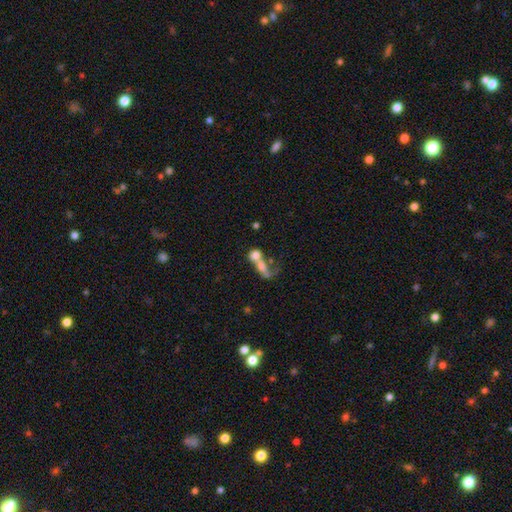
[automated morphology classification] Smooth or featured? Predicted: smooth (p=0.61). How rounded? Predicted: in between (p=0.53). Merging? Predicted: merger (p=0.64).